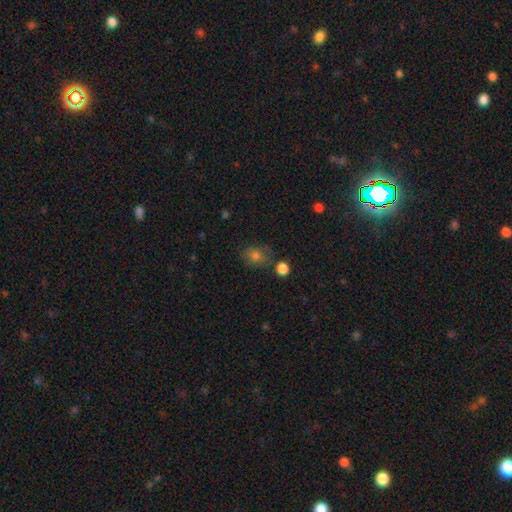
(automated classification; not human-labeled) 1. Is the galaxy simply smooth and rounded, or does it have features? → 76% smooth, 16% star or artifact, 9% featured or disk.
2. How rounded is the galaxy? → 60% round, 39% in between, 1% cigar-shaped.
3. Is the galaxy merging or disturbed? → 76% none, 14% minor disturbance, 6% merger, 4% major disturbance.